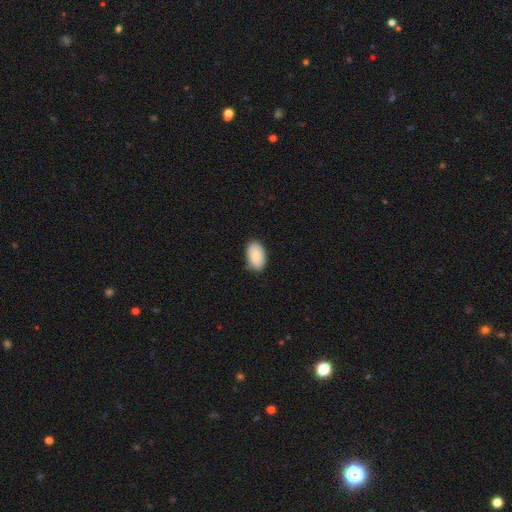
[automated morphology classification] Smooth or featured? Predicted: smooth (p=0.84). How rounded? Predicted: in between (p=0.93). Merging? Predicted: none (p=0.81).